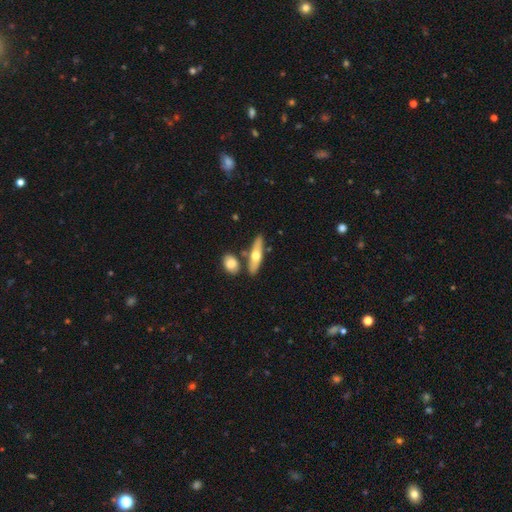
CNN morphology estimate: smooth-or-featured: smooth: 49% | featured or disk: 45% | star or artifact: 6%
  merging: none: 72% | merger: 15% | minor disturbance: 10% | major disturbance: 3%